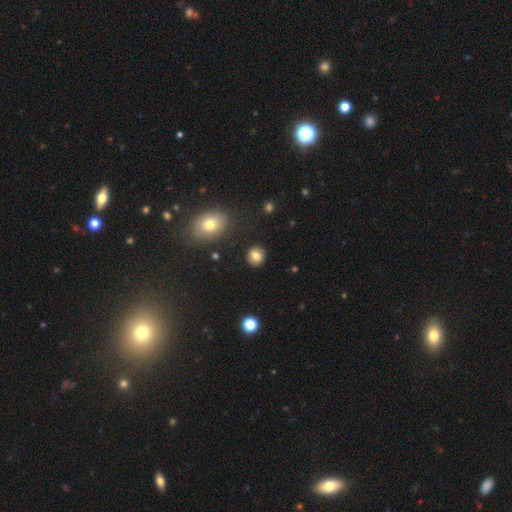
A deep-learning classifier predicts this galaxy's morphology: smooth-or-featured: smooth: 81% | star or artifact: 10% | featured or disk: 9%
  how-rounded: round: 81% | in between: 18% | cigar-shaped: 1%
  merging: none: 89% | minor disturbance: 7% | major disturbance: 2% | merger: 2%